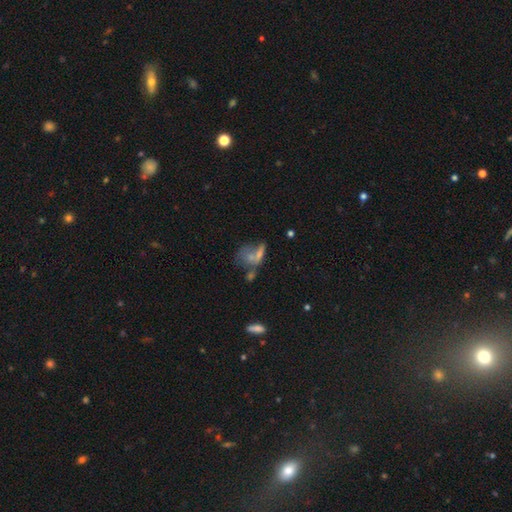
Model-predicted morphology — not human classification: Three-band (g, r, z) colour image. It shows a smooth galaxy with no disk features (52%) that is in between round and cigar-shaped (68%). Merging: merger (44%).